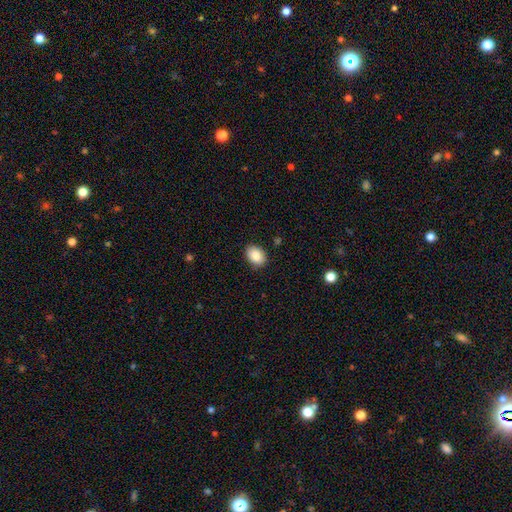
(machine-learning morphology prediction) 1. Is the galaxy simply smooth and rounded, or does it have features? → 87% smooth, 7% star or artifact, 5% featured or disk.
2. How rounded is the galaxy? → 76% in between, 23% round, 1% cigar-shaped.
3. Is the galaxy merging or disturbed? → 88% none, 9% minor disturbance, 2% major disturbance, 1% merger.